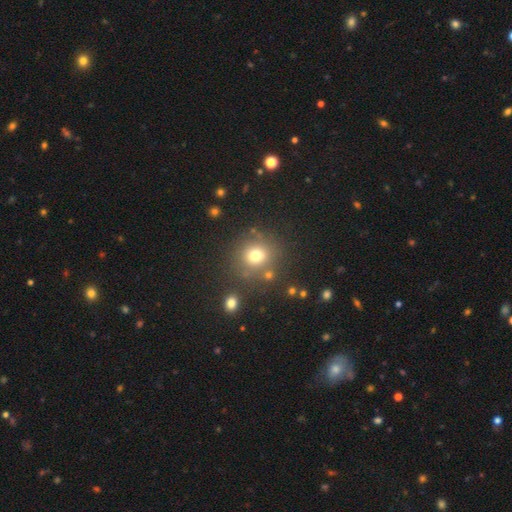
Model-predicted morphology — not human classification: A smooth galaxy with no disk features (73%) that is round (87%). Merging: none (78%).